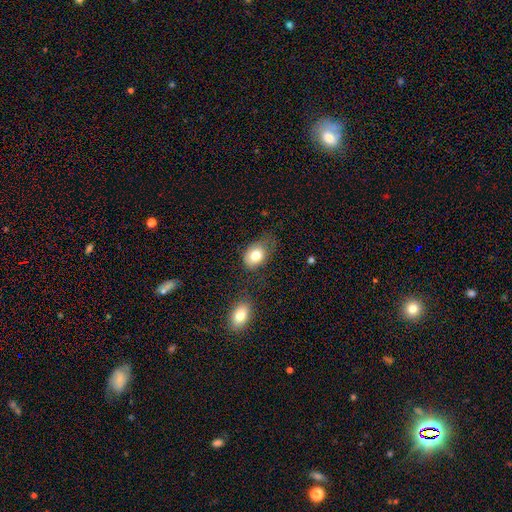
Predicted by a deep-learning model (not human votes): Overall: smooth (78%). How rounded: in between (65%; round 34%). Merging: none (53%; minor disturbance 28%).